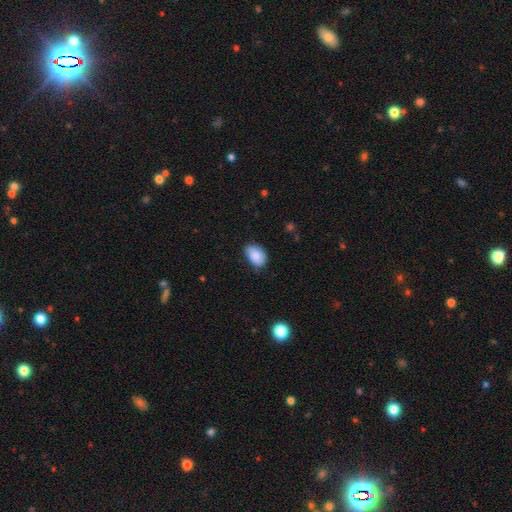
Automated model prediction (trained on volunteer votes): A smooth galaxy with no disk features (87%) that is in between round and cigar-shaped (87%).

Vote fractions:
- Smooth or featured? smooth: 87% / star or artifact: 7% / featured or disk: 6%
- How rounded? in between: 87% / round: 12% / cigar-shaped: 1%
- Merging? none: 64% / minor disturbance: 30% / major disturbance: 5% / merger: 1%